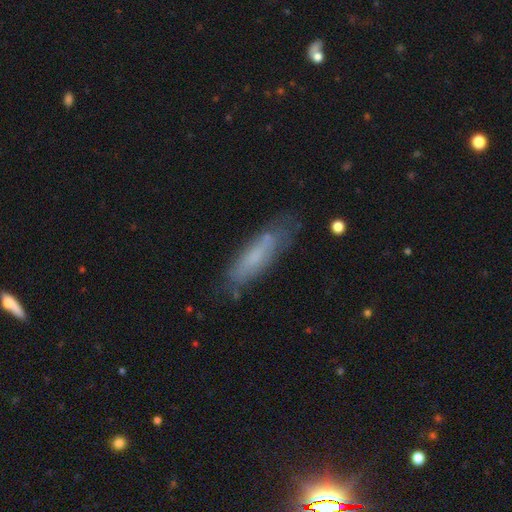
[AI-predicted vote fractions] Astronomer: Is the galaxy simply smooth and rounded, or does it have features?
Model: smooth — 59%.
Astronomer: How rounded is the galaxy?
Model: cigar-shaped — 65%.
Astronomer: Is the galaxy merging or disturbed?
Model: none — 70%.